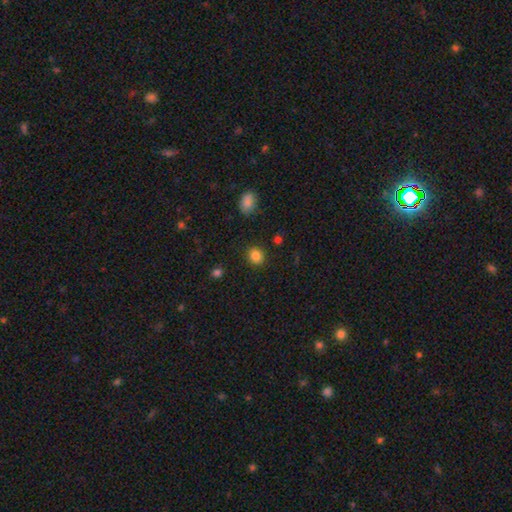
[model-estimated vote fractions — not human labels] Smooth or featured?
  - smooth: 85% *
  - star or artifact: 11%
  - featured or disk: 4%
How rounded?
  - round: 68% *
  - in between: 31%
  - cigar-shaped: 1%
Merging?
  - none: 87% *
  - minor disturbance: 9%
  - major disturbance: 3%
  - merger: 2%